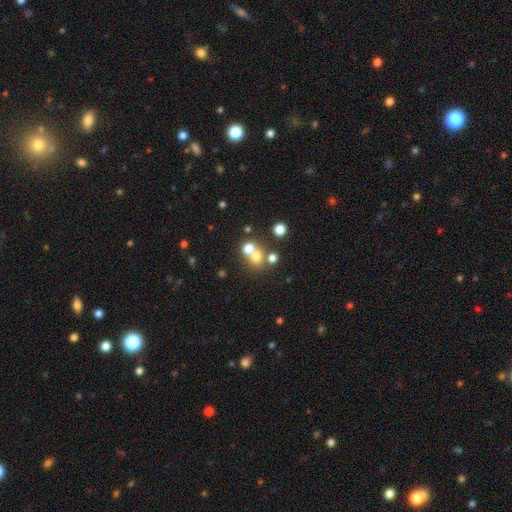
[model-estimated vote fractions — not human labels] Smooth or featured? smooth (66%)
How rounded? round (78%)
Merging? none (45%)